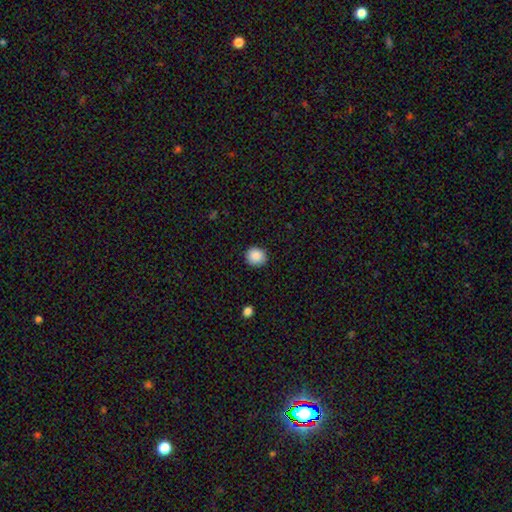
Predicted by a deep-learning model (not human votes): Smooth or featured? Predicted: smooth (p=0.88). How rounded? Predicted: round (p=0.88). Merging? Predicted: none (p=0.90).